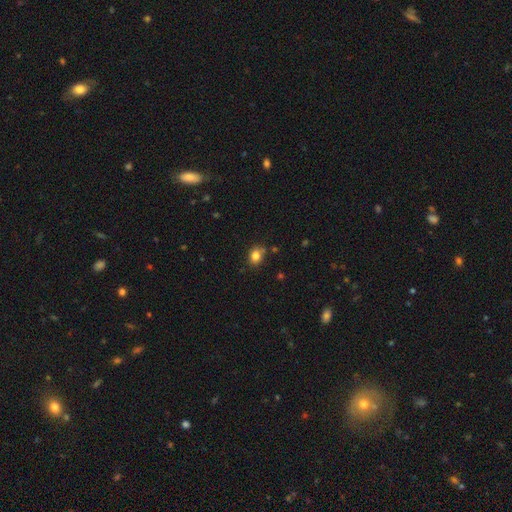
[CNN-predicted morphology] smooth 82%, star or artifact 11%, featured or disk 7%. Down the decision tree: how rounded — round (51%); merging — none (77%).